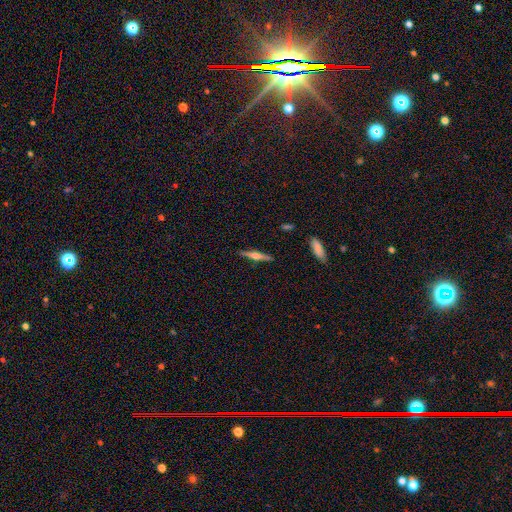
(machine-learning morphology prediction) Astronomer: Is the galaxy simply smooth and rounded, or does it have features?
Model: featured or disk — 66%.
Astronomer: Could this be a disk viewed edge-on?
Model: yes — 97%.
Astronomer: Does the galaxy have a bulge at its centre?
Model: rounded — 88%.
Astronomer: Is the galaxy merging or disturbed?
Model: none — 89%.